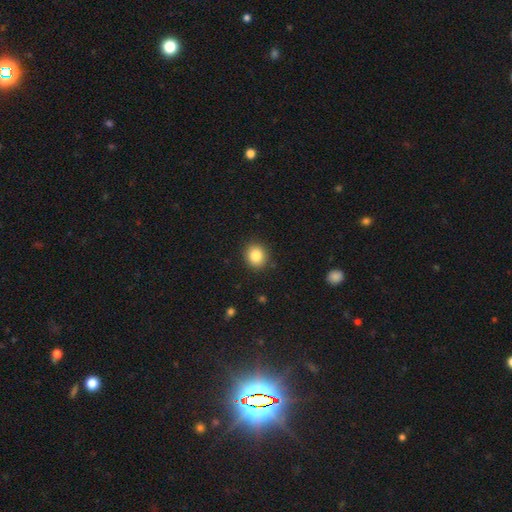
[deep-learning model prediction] A smooth galaxy with no disk features (85%) that is round (80%).

Vote fractions:
- Smooth or featured? smooth: 85% / star or artifact: 10% / featured or disk: 6%
- How rounded? round: 80% / in between: 19% / cigar-shaped: 1%
- Merging? none: 89% / minor disturbance: 7% / major disturbance: 2% / merger: 1%